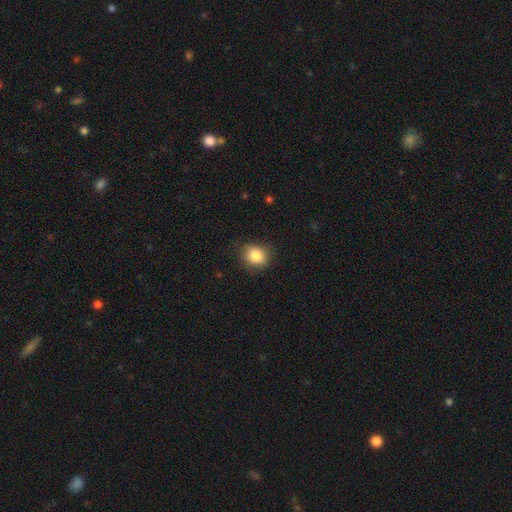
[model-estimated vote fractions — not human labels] This is clearly a smooth galaxy (85%). How rounded: likely round (70%). Merging: clearly none (82%).